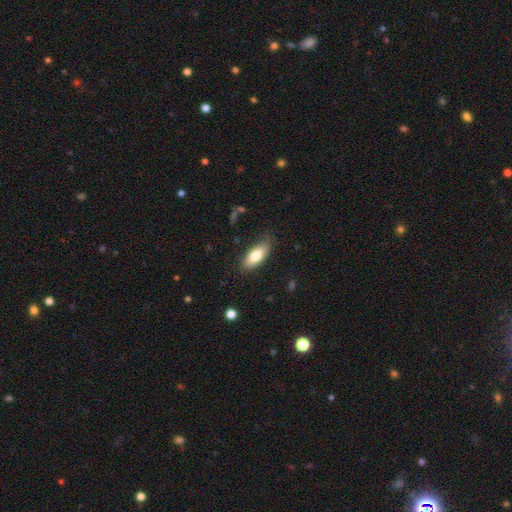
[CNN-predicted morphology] The model was most divided on "smooth or featured": smooth: 76%, featured or disk: 18%, star or artifact: 6%. More confident: merging — none (79%); how rounded — in between (79%).